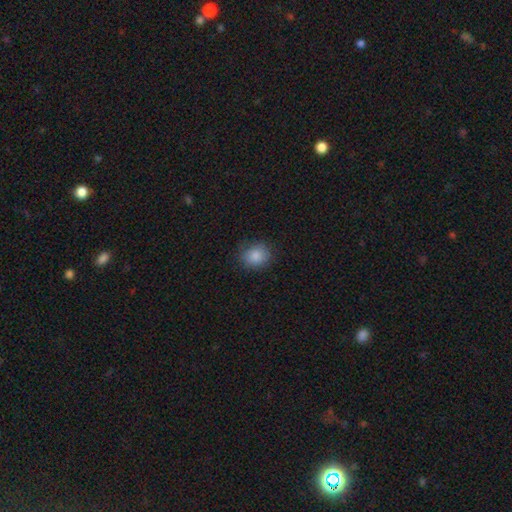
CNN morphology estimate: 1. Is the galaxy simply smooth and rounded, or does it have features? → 86% smooth, 9% star or artifact, 4% featured or disk.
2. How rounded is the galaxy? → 72% round, 27% in between, 1% cigar-shaped.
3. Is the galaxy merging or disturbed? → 82% none, 13% minor disturbance, 4% major disturbance, 1% merger.